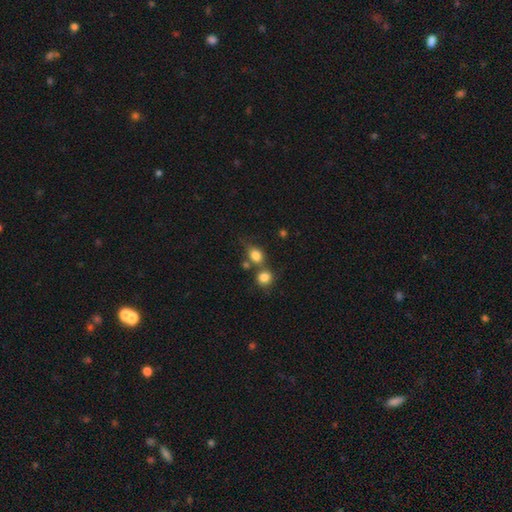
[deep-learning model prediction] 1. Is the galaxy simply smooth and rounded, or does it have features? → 81% smooth, 11% star or artifact, 8% featured or disk.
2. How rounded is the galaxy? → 51% round, 47% in between, 2% cigar-shaped.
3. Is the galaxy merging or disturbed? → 47% none, 33% merger, 14% minor disturbance, 6% major disturbance.